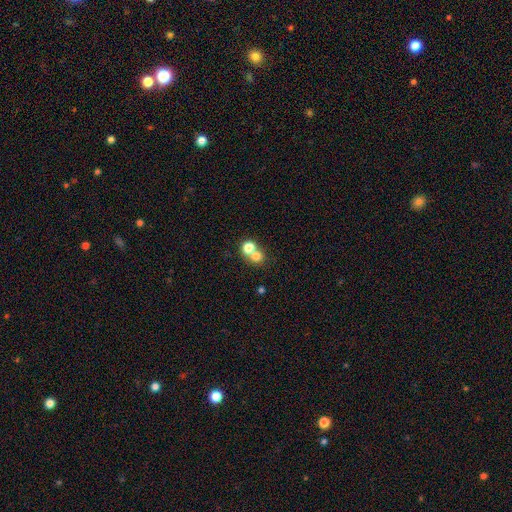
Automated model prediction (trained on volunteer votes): smooth-or-featured: smooth: 75% | featured or disk: 13% | star or artifact: 12%
  how-rounded: round: 80% | in between: 19% | cigar-shaped: 1%
  merging: merger: 57% | none: 35% | minor disturbance: 5% | major disturbance: 3%